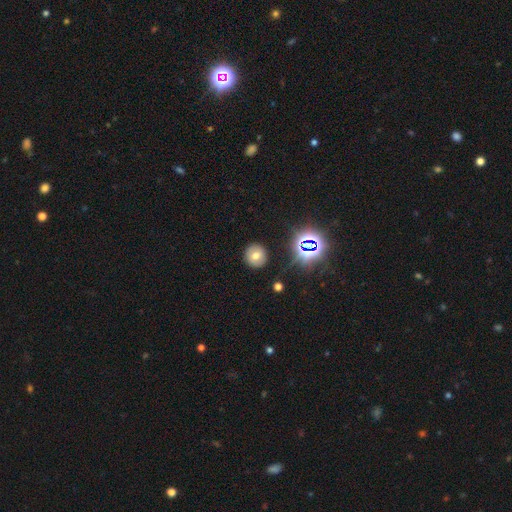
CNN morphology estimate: This is likely a smooth galaxy (64%). How rounded: clearly round (89%). Merging: clearly none (88%).